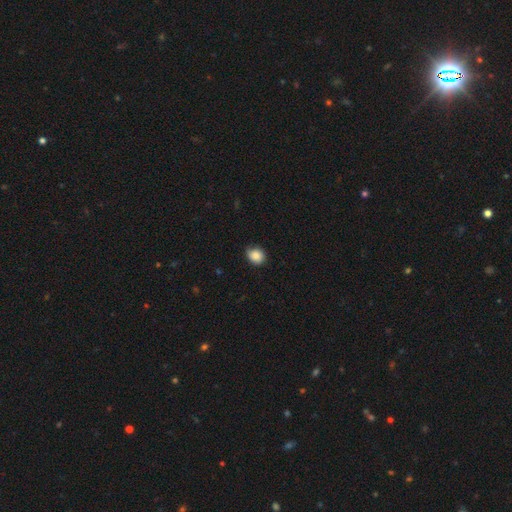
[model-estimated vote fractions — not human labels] A smooth galaxy with no disk features (86%) that is round (65%). Merging: none (69%).